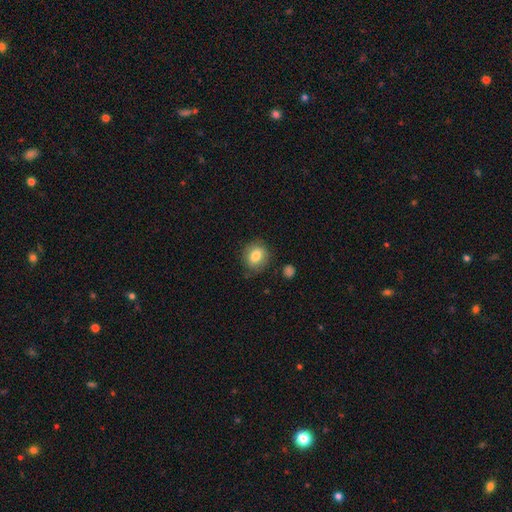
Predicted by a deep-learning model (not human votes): This appears to be a smooth galaxy with no disk features (78%) that is round (65%). Merging: none (80%).